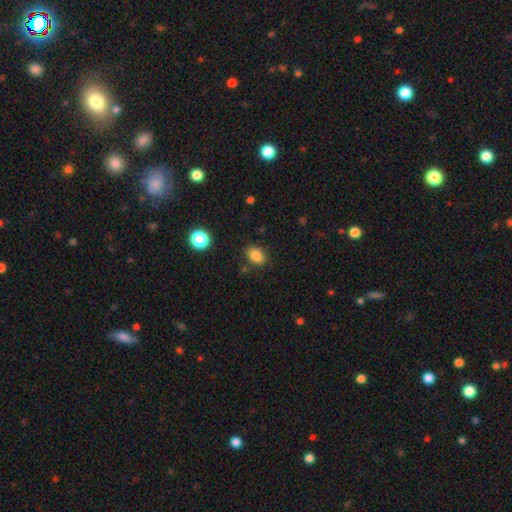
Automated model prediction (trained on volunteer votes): This is clearly a smooth galaxy (85%). How rounded: likely in between (71%). Merging: clearly none (83%).